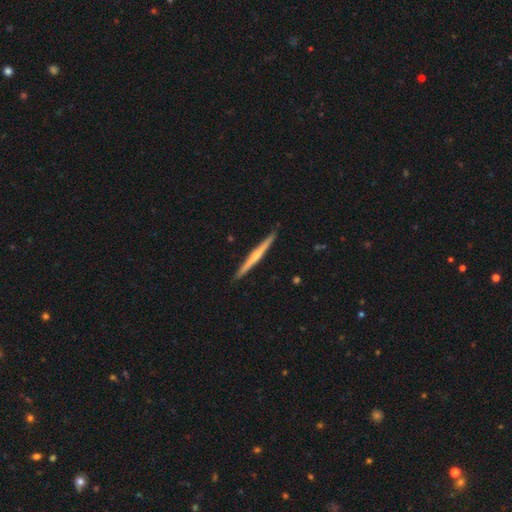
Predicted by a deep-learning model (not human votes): This is likely a featured or disk galaxy (69%). It is clearly viewed edge-on (98%). Edge-on bulge: likely rounded (66%). Merging: clearly none (92%).